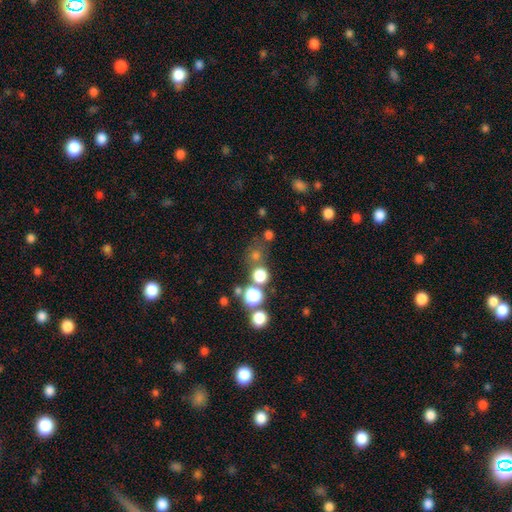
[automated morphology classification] This appears to be a smooth galaxy with no disk features (62%) that is round (89%). Merging: none (67%).